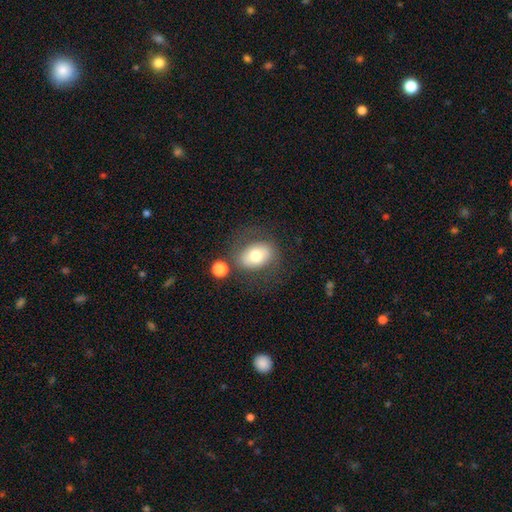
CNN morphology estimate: smooth-or-featured: smooth: 66% | featured or disk: 25% | star or artifact: 9%
  how-rounded: in between: 72% | round: 27% | cigar-shaped: 1%
  merging: none: 66% | minor disturbance: 16% | major disturbance: 9% | merger: 9%